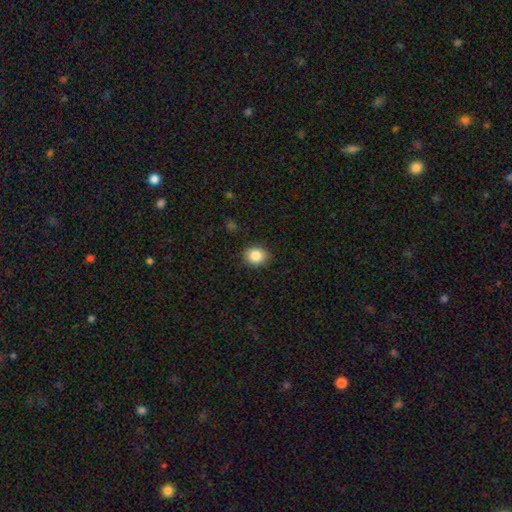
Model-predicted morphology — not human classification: Q: Smooth or featured?
A: smooth (85%); runner-up: star or artifact (9%)
Q: How rounded?
A: round (66%); runner-up: in between (33%)
Q: Merging?
A: none (89%); runner-up: minor disturbance (8%)